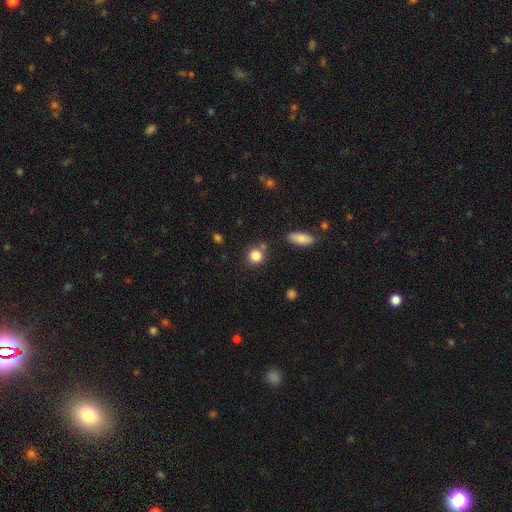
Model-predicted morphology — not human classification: smooth_or_featured: smooth (p=0.83) [alt: star or artifact p=0.11]
how_rounded: round (p=0.85) [alt: in between p=0.13]
merging: none (p=0.75) [alt: merger p=0.11]